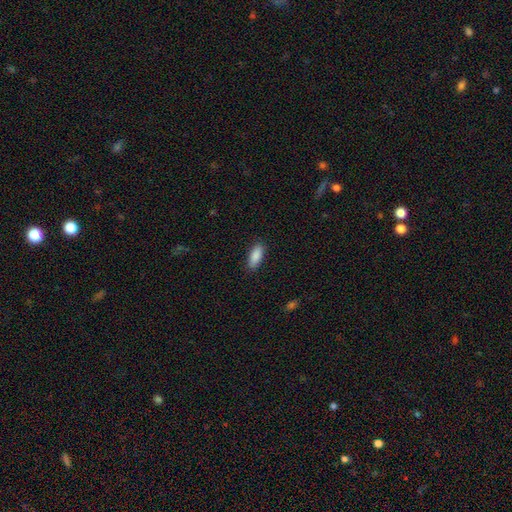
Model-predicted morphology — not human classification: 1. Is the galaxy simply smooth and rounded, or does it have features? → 89% smooth, 6% star or artifact, 5% featured or disk.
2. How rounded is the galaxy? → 79% in between, 19% cigar-shaped, 2% round.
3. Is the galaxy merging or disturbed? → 88% none, 9% minor disturbance, 2% major disturbance, 1% merger.